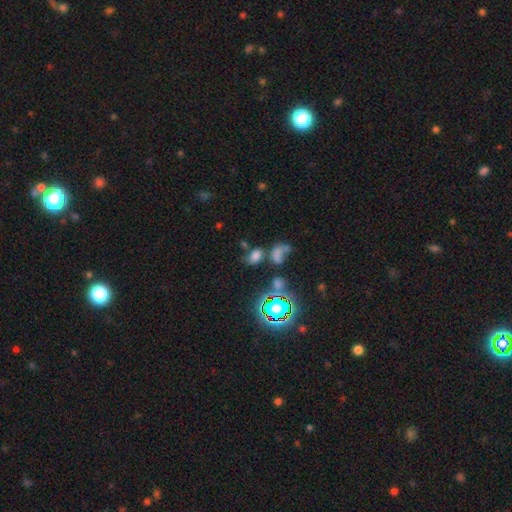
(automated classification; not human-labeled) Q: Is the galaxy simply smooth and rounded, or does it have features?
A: smooth — 59%.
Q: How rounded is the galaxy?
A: in between — 79%.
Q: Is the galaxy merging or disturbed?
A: none — 45%.